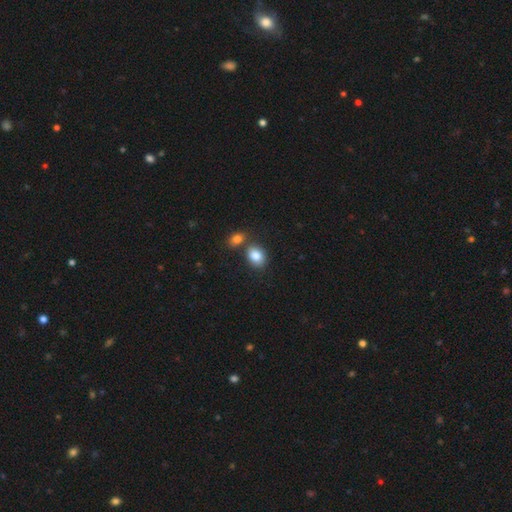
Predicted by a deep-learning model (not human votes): The model was most divided on "how rounded": in between: 66%, round: 33%, cigar-shaped: 1%. More confident: smooth or featured — smooth (84%); merging — none (61%).